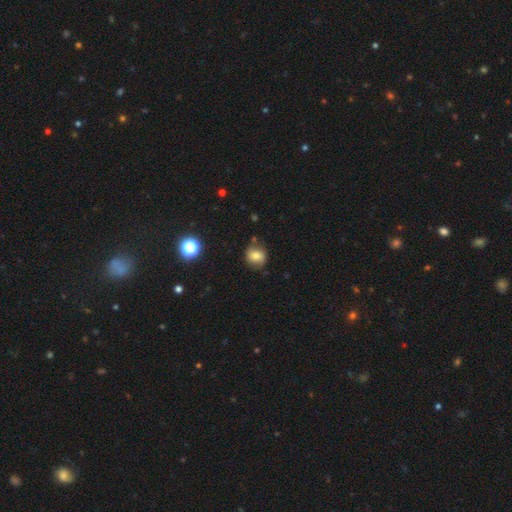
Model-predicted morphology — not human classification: smooth_or_featured: smooth (p=0.72) [alt: featured or disk p=0.16]
how_rounded: round (p=0.78) [alt: in between p=0.21]
merging: none (p=0.77) [alt: minor disturbance p=0.16]